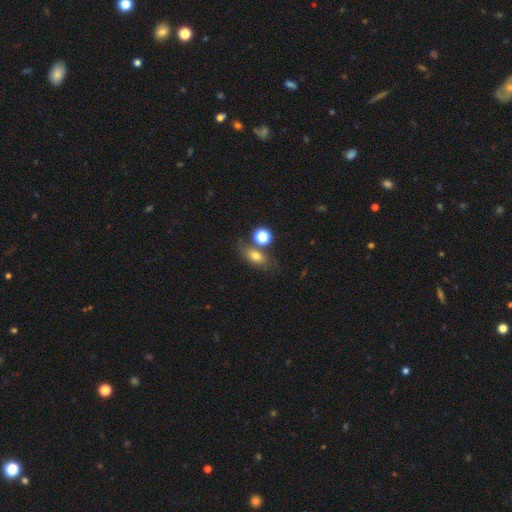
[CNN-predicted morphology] smooth_or_featured: smooth (p=0.71) [alt: featured or disk p=0.15]
how_rounded: in between (p=0.70) [alt: round p=0.22]
merging: none (p=0.64) [alt: merger p=0.16]